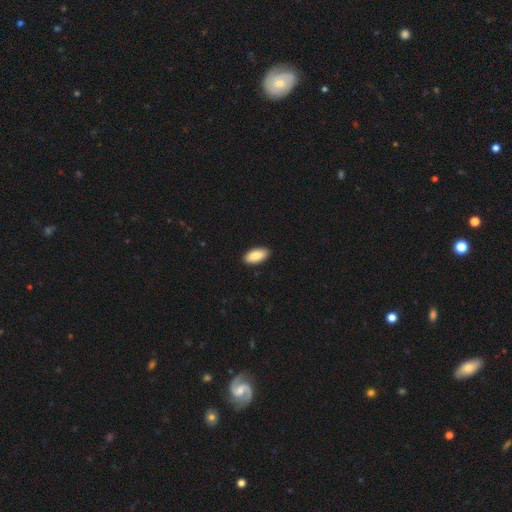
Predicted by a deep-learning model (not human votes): This appears to be a smooth galaxy with no disk features (87%) that is in between round and cigar-shaped (93%). Merging: none (90%).